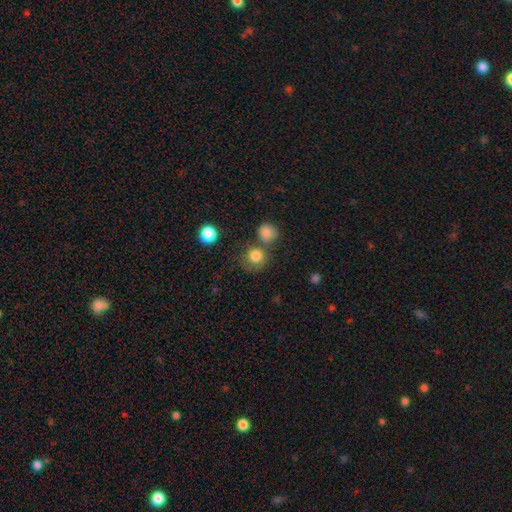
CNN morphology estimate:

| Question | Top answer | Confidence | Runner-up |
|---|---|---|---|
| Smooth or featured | smooth | 82% | star or artifact (11%) |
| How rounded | round | 89% | in between (11%) |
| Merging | none | 60% | merger (22%) |